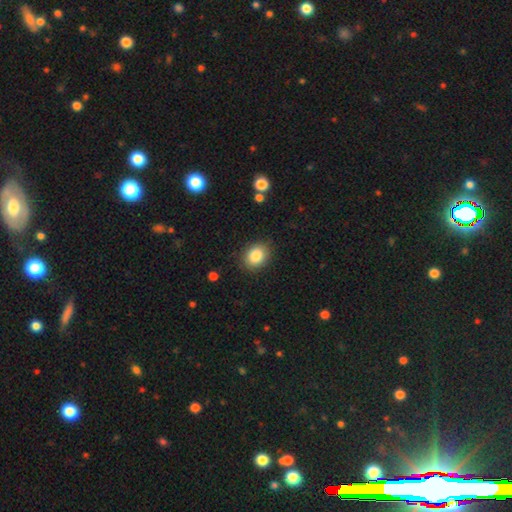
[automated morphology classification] A smooth galaxy with no disk features (85%) that is in between round and cigar-shaped (53%).

Vote fractions:
- Smooth or featured? smooth: 85% / star or artifact: 9% / featured or disk: 6%
- How rounded? in between: 53% / round: 47% / cigar-shaped: 1%
- Merging? none: 87% / minor disturbance: 9% / major disturbance: 3% / merger: 1%